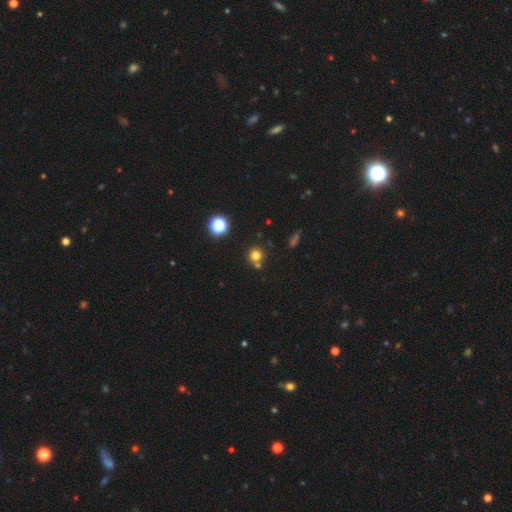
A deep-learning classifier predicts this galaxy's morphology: Smooth or featured: smooth — 75% (star or artifact — 18%)
How rounded: round — 92% (in between — 7%)
Merging: none — 69% (merger — 20%)